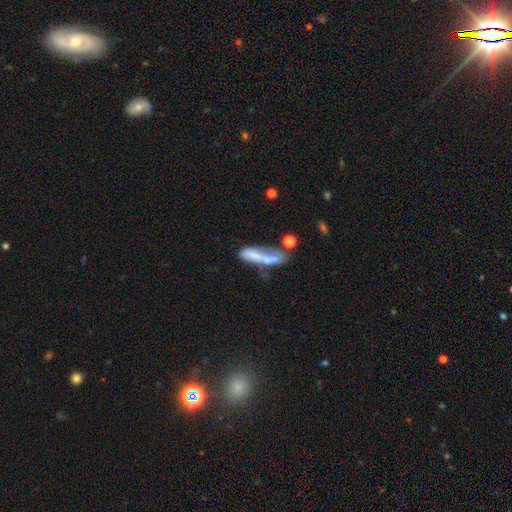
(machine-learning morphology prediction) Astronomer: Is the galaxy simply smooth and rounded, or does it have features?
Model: smooth — 56% (runner-up: featured or disk, 34%).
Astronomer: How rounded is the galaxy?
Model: cigar-shaped — 57% (runner-up: in between, 39%).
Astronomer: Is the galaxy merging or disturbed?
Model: merger — 38% (runner-up: major disturbance, 24%).